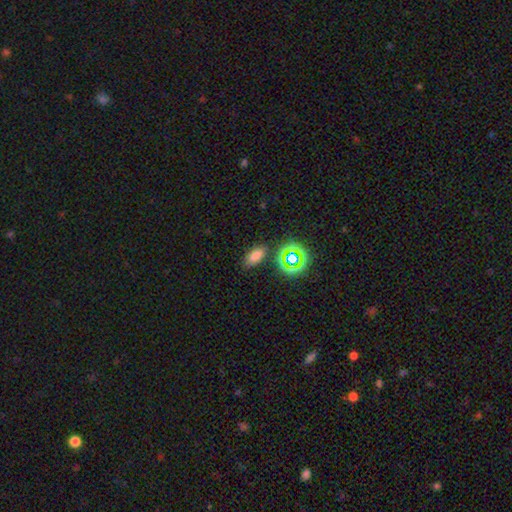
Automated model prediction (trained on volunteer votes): smooth-or-featured: smooth: 71% | star or artifact: 21% | featured or disk: 8%
  how-rounded: in between: 85% | round: 8% | cigar-shaped: 7%
  merging: none: 79% | minor disturbance: 12% | merger: 5% | major disturbance: 4%